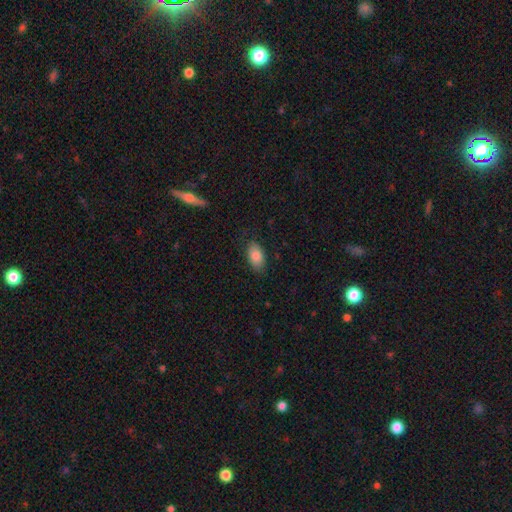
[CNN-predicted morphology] smooth 86%, featured or disk 7%, star or artifact 7%. Down the decision tree: how rounded — in between (93%); merging — none (81%).